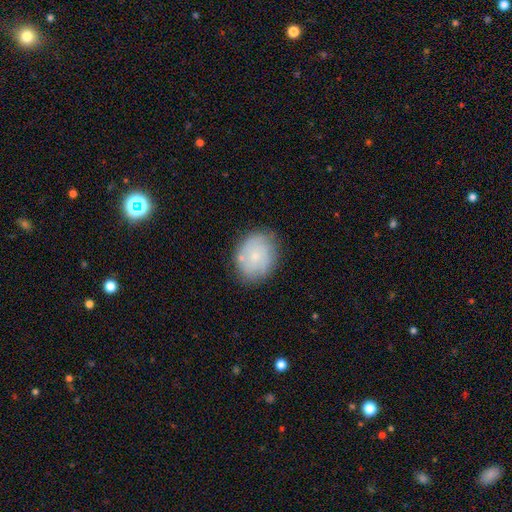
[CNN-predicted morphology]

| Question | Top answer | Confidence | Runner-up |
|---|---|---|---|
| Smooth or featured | smooth | 57% | featured or disk (35%) |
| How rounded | round | 55% | in between (44%) |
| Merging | none | 74% | minor disturbance (18%) |